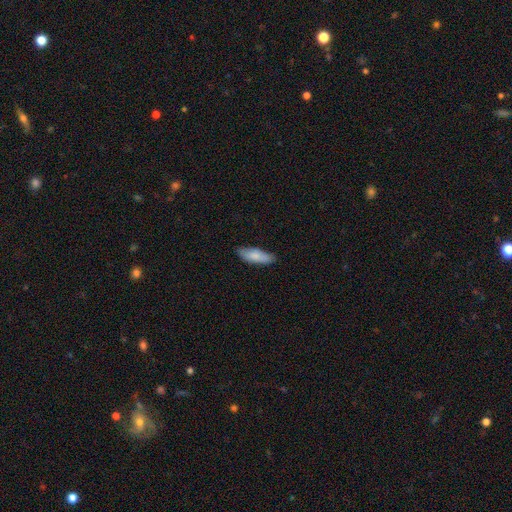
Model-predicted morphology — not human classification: type=smooth (82%); roundness=in between (61%); merging=none (80%).